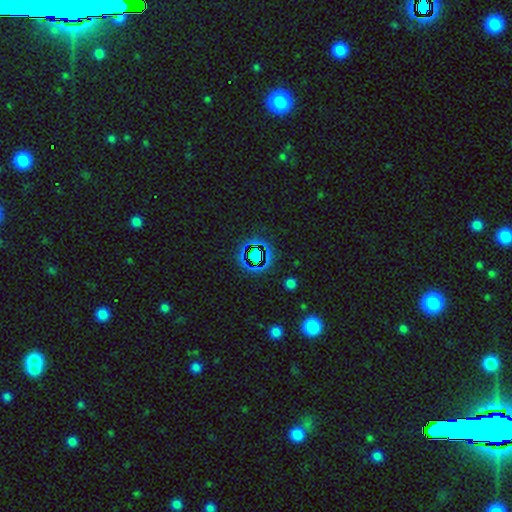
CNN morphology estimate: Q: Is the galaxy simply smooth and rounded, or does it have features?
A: star or artifact — 72%.